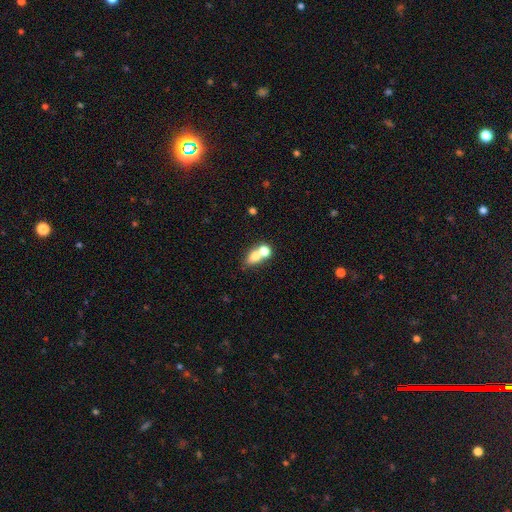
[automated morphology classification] Smooth or featured?
  - smooth: 72% *
  - featured or disk: 17%
  - star or artifact: 12%
How rounded?
  - in between: 60% *
  - round: 37%
  - cigar-shaped: 3%
Merging?
  - merger: 58% *
  - none: 30%
  - minor disturbance: 7%
  - major disturbance: 5%